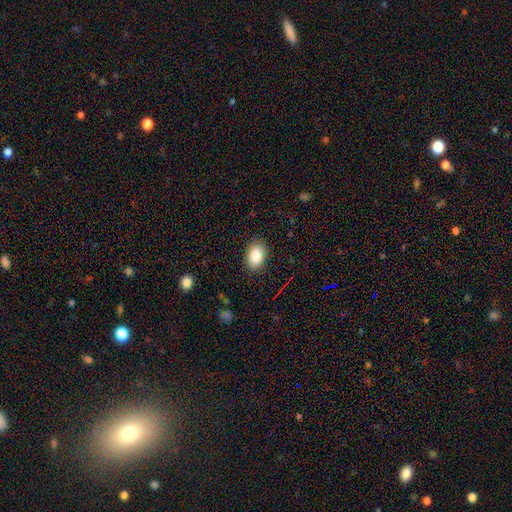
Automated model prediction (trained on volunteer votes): smooth_or_featured: smooth (p=0.87) [alt: star or artifact p=0.08]
how_rounded: in between (p=0.85) [alt: round p=0.14]
merging: none (p=0.87) [alt: minor disturbance p=0.10]